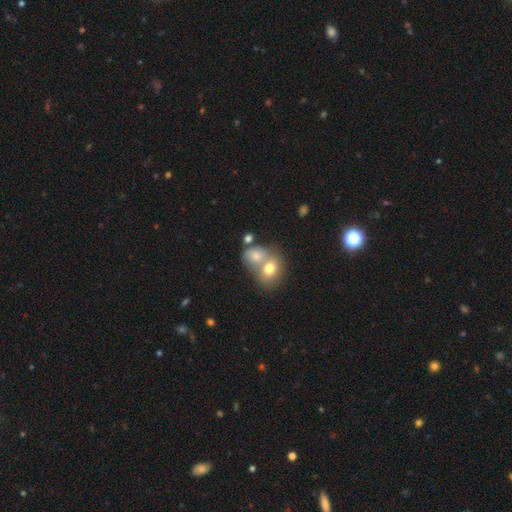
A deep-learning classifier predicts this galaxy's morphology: This appears to be a smooth galaxy with no disk features (74%) that is in between round and cigar-shaped (52%). Merging: merger (62%).